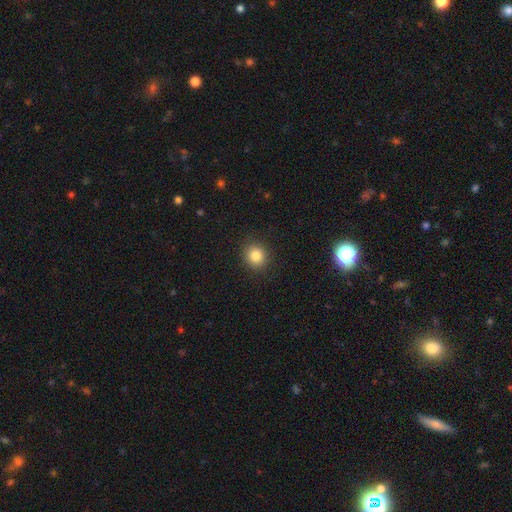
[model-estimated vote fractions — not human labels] A smooth galaxy with no disk features (84%) that is round (87%). Merging: none (90%).